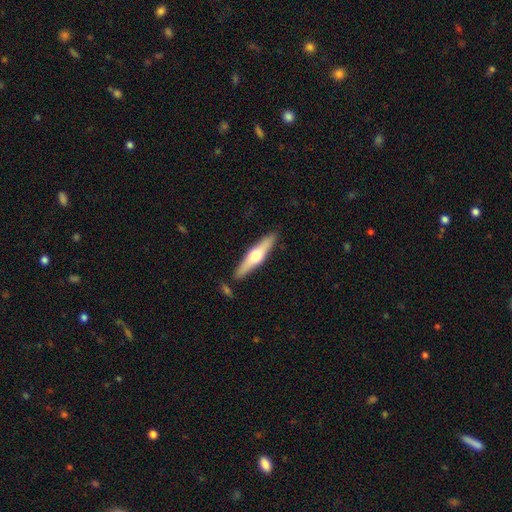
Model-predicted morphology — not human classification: Smooth or featured?
  - featured or disk: 58% *
  - smooth: 37%
  - star or artifact: 5%
Edge-on disk?
  - yes: 94% *
  - no: 6%
Edge-on bulge?
  - rounded: 95% *
  - boxy: 3%
  - none: 3%
Merging?
  - none: 87% *
  - minor disturbance: 8%
  - merger: 3%
  - major disturbance: 2%